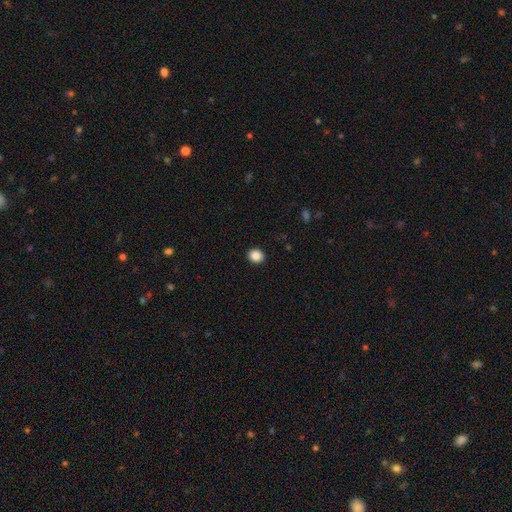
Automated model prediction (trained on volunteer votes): A smooth galaxy with no disk features (87%) that is round (64%).

Vote fractions:
- Smooth or featured? smooth: 87% / star or artifact: 9% / featured or disk: 4%
- How rounded? round: 64% / in between: 35% / cigar-shaped: 1%
- Merging? none: 92% / minor disturbance: 6% / major disturbance: 2% / merger: 1%